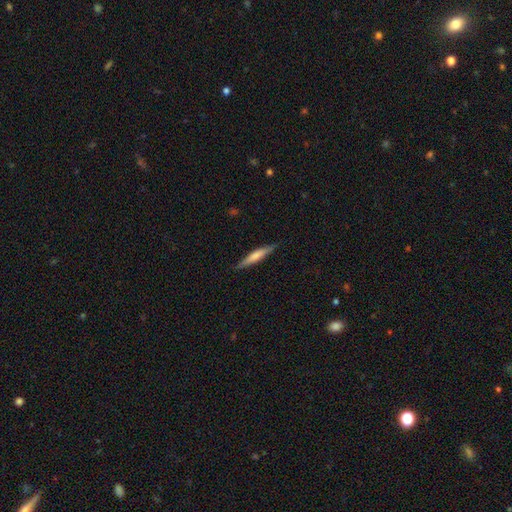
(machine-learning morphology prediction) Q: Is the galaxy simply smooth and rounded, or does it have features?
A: smooth — 57%.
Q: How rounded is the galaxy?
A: cigar-shaped — 91%.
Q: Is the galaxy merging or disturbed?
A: none — 86%.